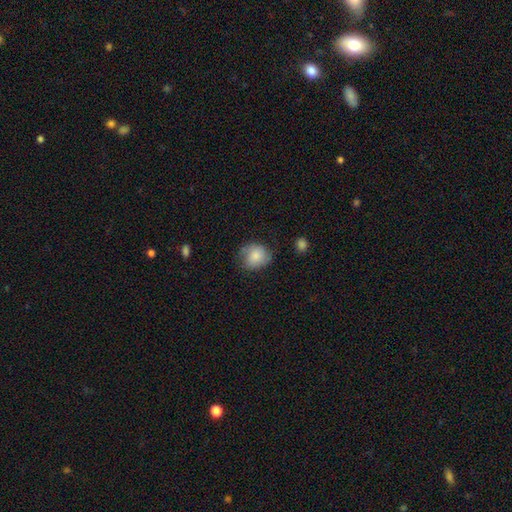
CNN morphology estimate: A smooth galaxy with no disk features (76%) that is round (69%). Merging: none (62%).